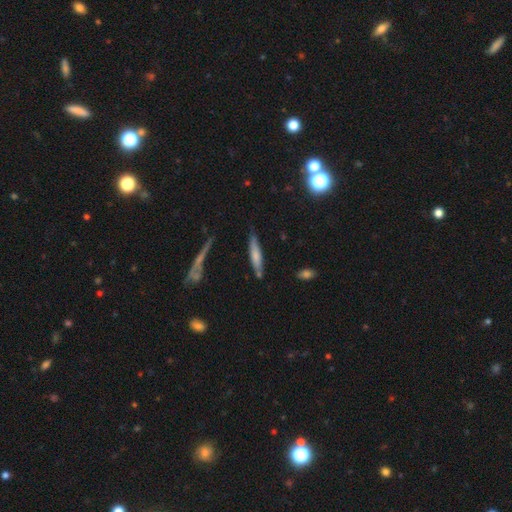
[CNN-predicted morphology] Q: Smooth or featured?
A: smooth (63%); runner-up: featured or disk (31%)
Q: How rounded?
A: cigar-shaped (85%); runner-up: in between (13%)
Q: Merging?
A: none (73%); runner-up: minor disturbance (17%)